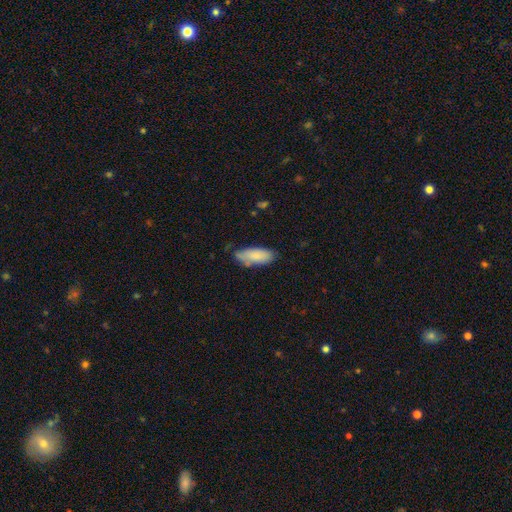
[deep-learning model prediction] smooth-or-featured: smooth: 84% | featured or disk: 10% | star or artifact: 6%
  how-rounded: in between: 78% | cigar-shaped: 20% | round: 2%
  merging: none: 64% | minor disturbance: 27% | major disturbance: 5% | merger: 4%